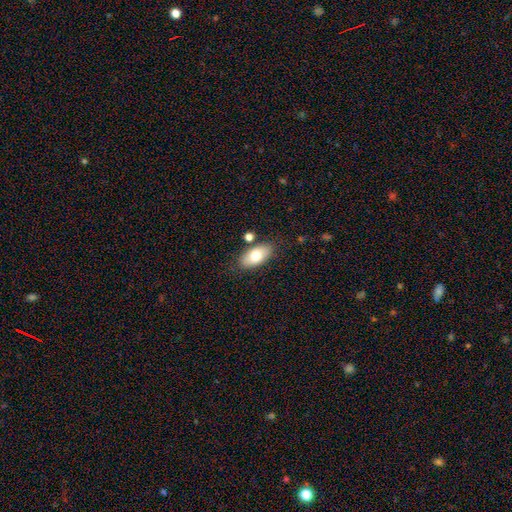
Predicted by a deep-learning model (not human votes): This is likely a smooth galaxy (75%). How rounded: clearly in between (92%). Merging: likely none (80%).